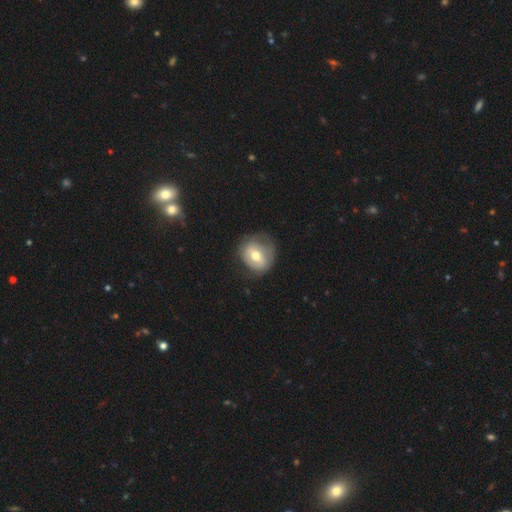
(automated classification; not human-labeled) Smooth or featured? featured or disk (48%)
Merging? none (61%)